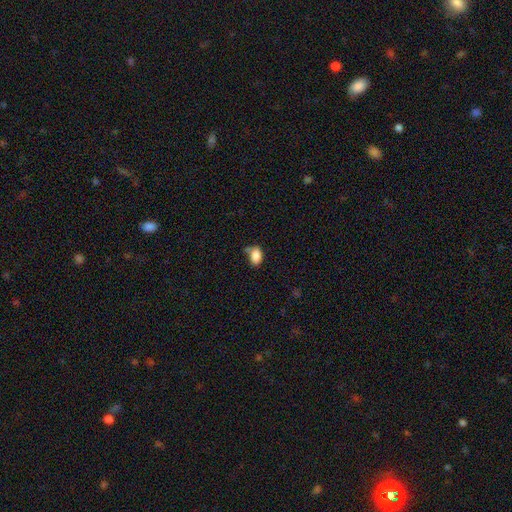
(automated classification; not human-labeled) This is clearly a smooth galaxy (86%). How rounded: clearly in between (84%). Merging: possibly none (54%).